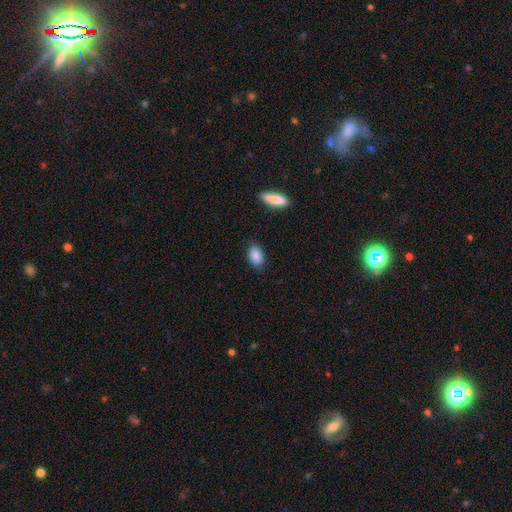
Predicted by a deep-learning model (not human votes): smooth 87%, star or artifact 7%, featured or disk 6%. Down the decision tree: how rounded — in between (87%); merging — none (81%).